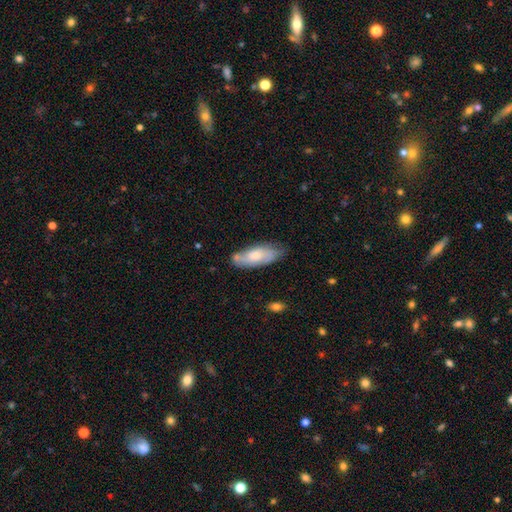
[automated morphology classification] A smooth galaxy with no disk features (53%) that is in between round and cigar-shaped (75%). Merging: none (65%).